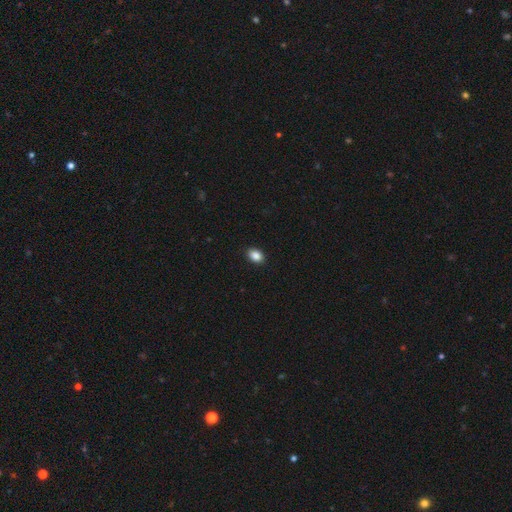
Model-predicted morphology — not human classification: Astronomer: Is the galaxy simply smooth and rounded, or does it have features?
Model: smooth — 87%.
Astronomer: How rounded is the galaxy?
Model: in between — 78%.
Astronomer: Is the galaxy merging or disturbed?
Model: none — 91%.